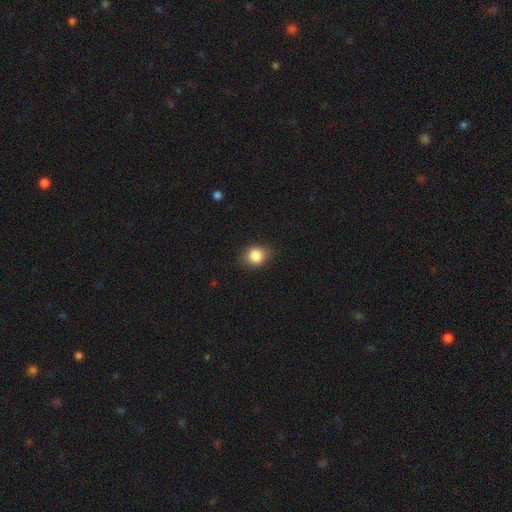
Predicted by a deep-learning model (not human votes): A smooth galaxy with no disk features (84%) that is round (58%).

Vote fractions:
- Smooth or featured? smooth: 84% / star or artifact: 10% / featured or disk: 6%
- How rounded? round: 58% / in between: 41% / cigar-shaped: 1%
- Merging? none: 78% / minor disturbance: 17% / major disturbance: 4% / merger: 1%